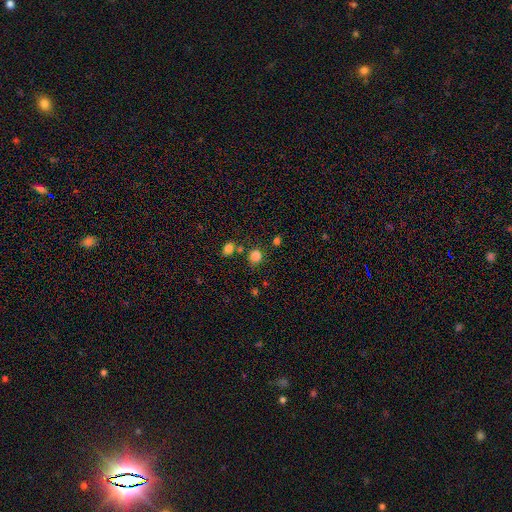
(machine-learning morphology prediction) Smooth or featured? Predicted: smooth (p=0.83). How rounded? Predicted: round (p=0.82). Merging? Predicted: none (p=0.77).